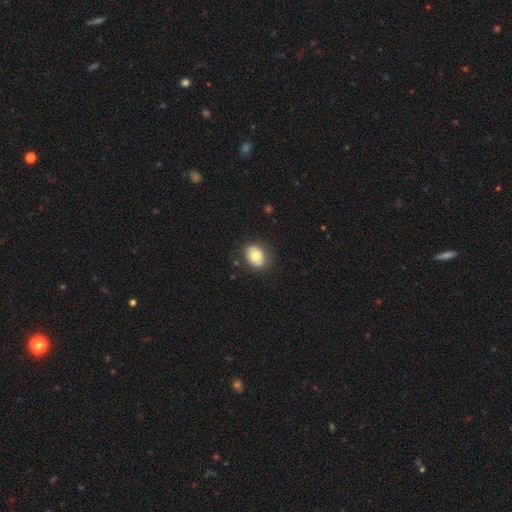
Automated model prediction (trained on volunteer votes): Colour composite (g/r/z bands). It shows a smooth galaxy with no disk features (71%) that is in between round and cigar-shaped (55%). Merging: none (84%).